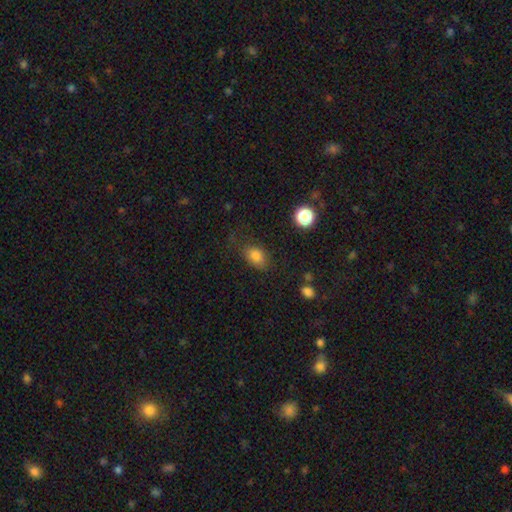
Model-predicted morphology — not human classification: This is clearly a smooth galaxy (81%). How rounded: likely in between (79%). Merging: likely none (68%).